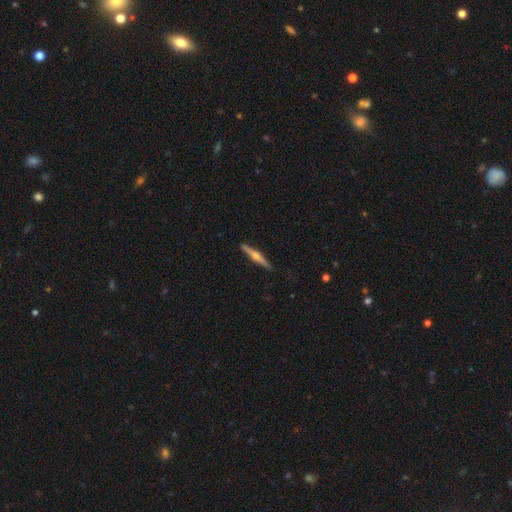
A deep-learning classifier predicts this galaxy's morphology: Smooth or featured? Predicted: featured or disk (p=0.74). Edge-on disk? Predicted: yes (p=0.98). Edge-on bulge? Predicted: rounded (p=0.88). Merging? Predicted: none (p=0.91).